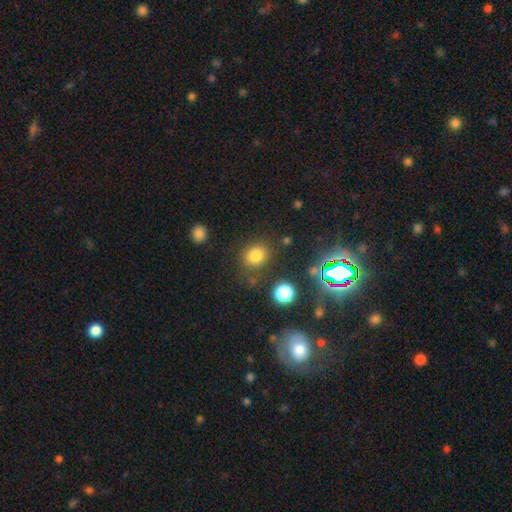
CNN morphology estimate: smooth-or-featured: smooth: 77% | star or artifact: 16% | featured or disk: 7%
  how-rounded: round: 66% | in between: 33% | cigar-shaped: 1%
  merging: none: 78% | minor disturbance: 12% | merger: 5% | major disturbance: 5%